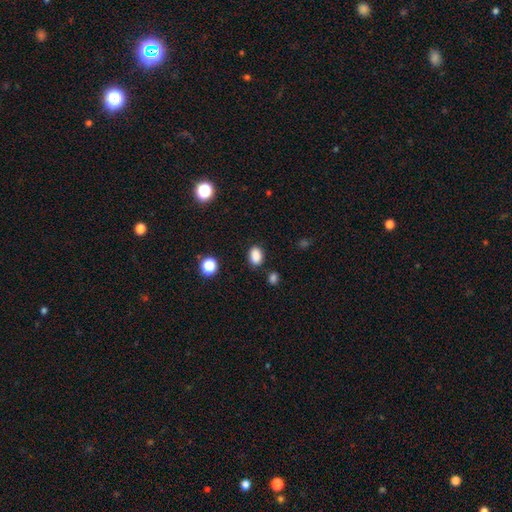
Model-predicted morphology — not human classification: smooth-or-featured: smooth: 86% | star or artifact: 10% | featured or disk: 3%
  how-rounded: in between: 77% | round: 22% | cigar-shaped: 1%
  merging: none: 83% | minor disturbance: 11% | major disturbance: 3% | merger: 3%